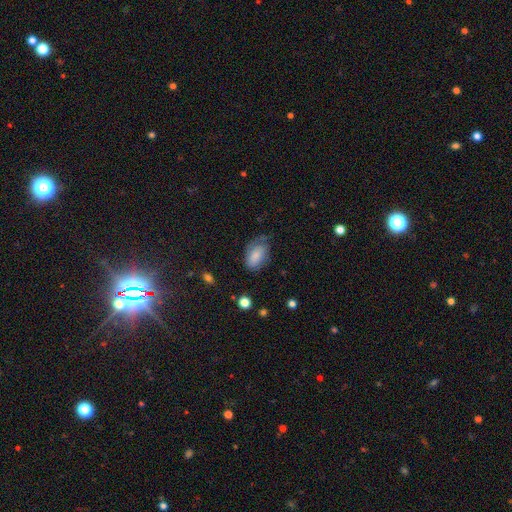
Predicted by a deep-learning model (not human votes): This appears to be a smooth galaxy with no disk features (76%) that is in between round and cigar-shaped (92%). Merging: none (50%).